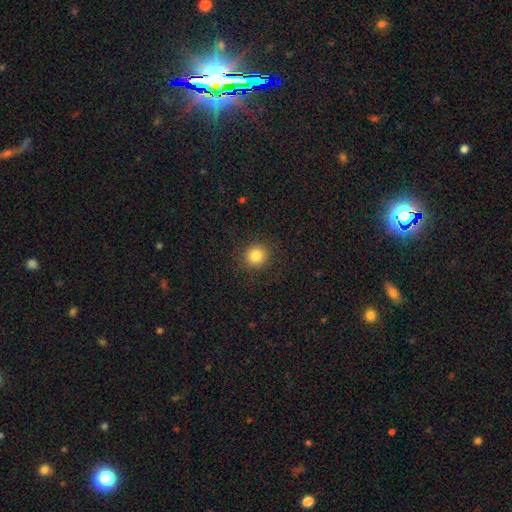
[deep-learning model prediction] Smooth or featured? smooth (84%)
How rounded? round (92%)
Merging? none (90%)